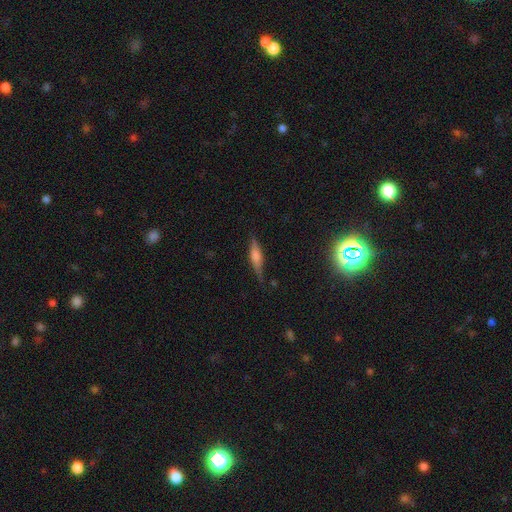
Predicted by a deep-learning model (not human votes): smooth-or-featured: featured or disk: 51% | smooth: 39% | star or artifact: 10%
  disk-edge-on: yes: 94% | no: 6%
  merging: none: 77% | minor disturbance: 17% | major disturbance: 4% | merger: 2%